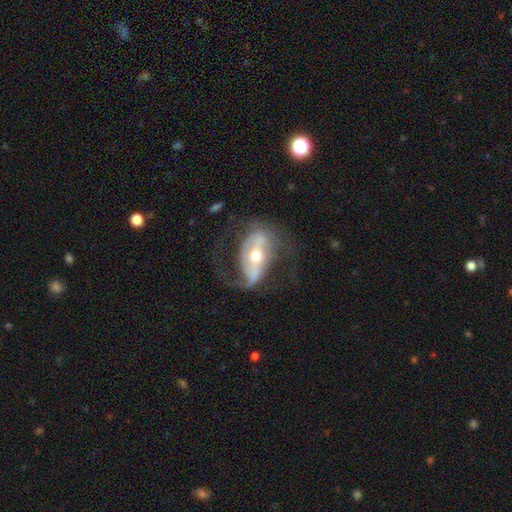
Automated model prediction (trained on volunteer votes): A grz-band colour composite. It shows a featured or disk galaxy (82%) with a strong bar (53%), 2 (79%) loose (43%) spiral arms (86%) and a moderate central bulge (61%). Merging: none (56%).